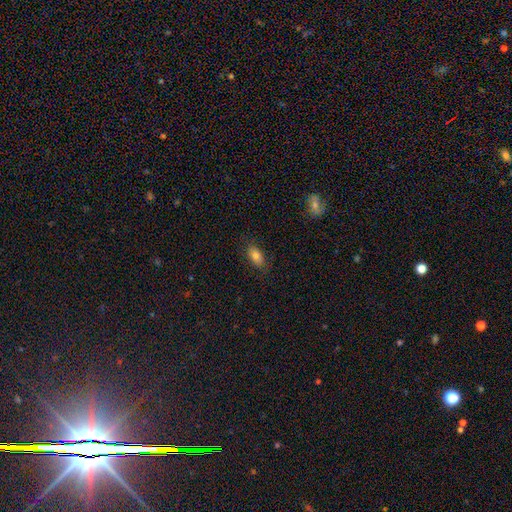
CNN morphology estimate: Q: Smooth or featured?
A: smooth (81%); runner-up: featured or disk (11%)
Q: How rounded?
A: in between (90%); runner-up: round (6%)
Q: Merging?
A: none (85%); runner-up: minor disturbance (12%)